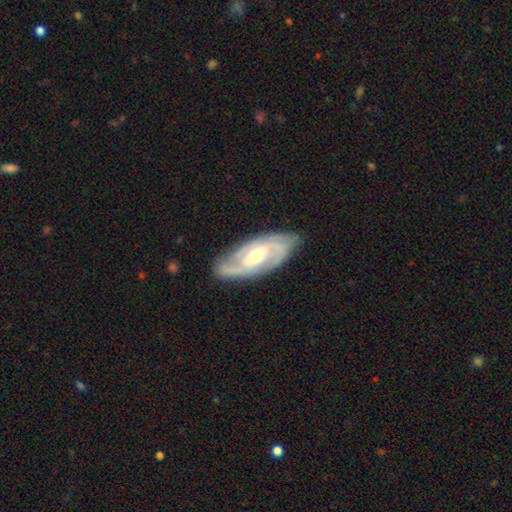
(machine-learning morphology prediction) smooth_or_featured: featured or disk (p=0.84) [alt: smooth p=0.11]
disk_edge_on: no (p=0.92) [alt: yes p=0.08]
bar: weak (p=0.44) [alt: no p=0.39]
has_spiral_arms: yes (p=0.95) [alt: no p=0.05]
spiral_winding: tight (p=0.49) [alt: medium p=0.40]
spiral_arm_count: 2 (p=0.52) [alt: 3 p=0.20]
bulge_size: moderate (p=0.63) [alt: small p=0.32]
merging: none (p=0.81) [alt: minor disturbance p=0.15]